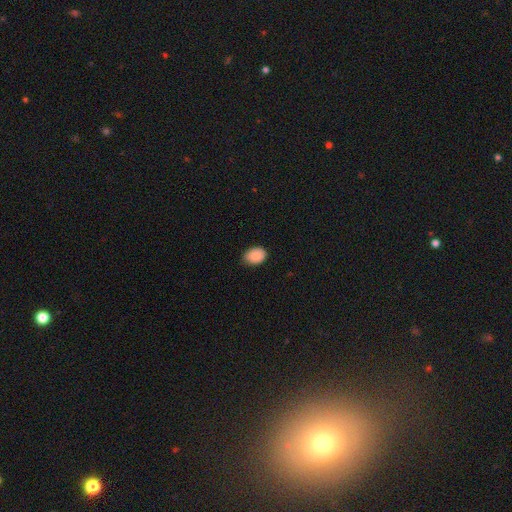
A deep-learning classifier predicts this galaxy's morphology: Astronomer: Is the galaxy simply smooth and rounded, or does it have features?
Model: smooth — 89%.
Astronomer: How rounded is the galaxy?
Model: in between — 74%.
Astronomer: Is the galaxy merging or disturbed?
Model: none — 81%.